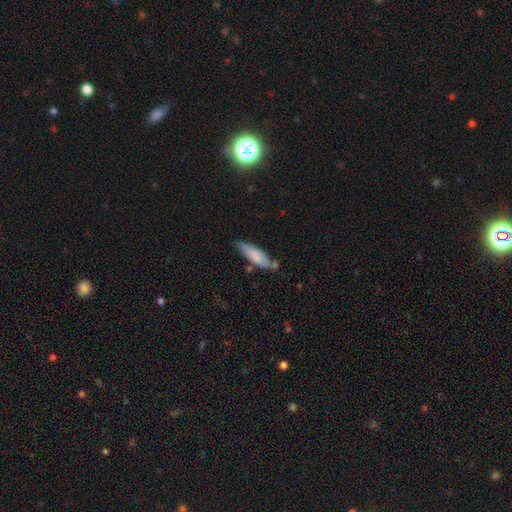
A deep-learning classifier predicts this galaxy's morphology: type=smooth (77%); roundness=cigar-shaped (61%); merging=none (61%).